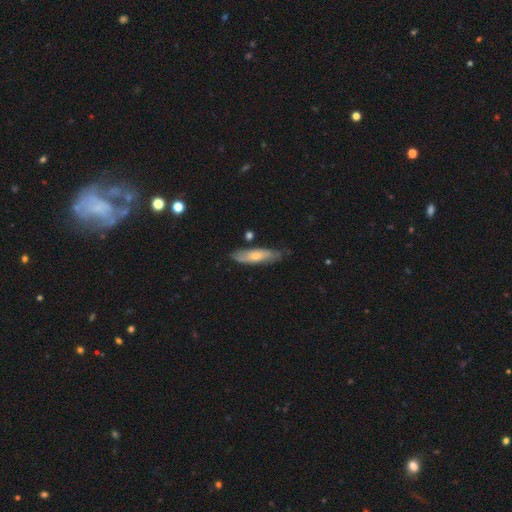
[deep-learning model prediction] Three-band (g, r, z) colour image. It shows a smooth galaxy with no disk features (58%) that is cigar-shaped (63%). Merging: none (71%).